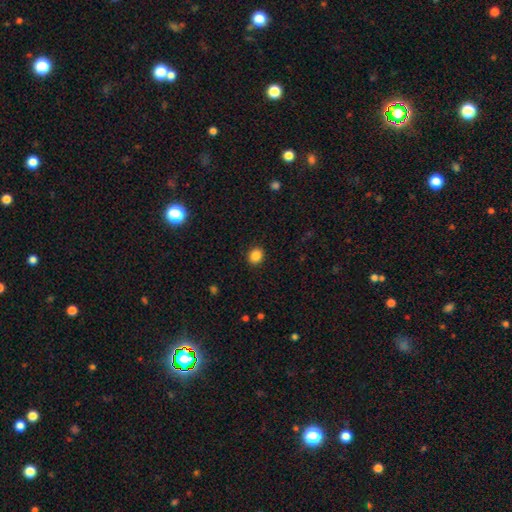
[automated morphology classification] Smooth or featured? Predicted: smooth (p=0.86). How rounded? Predicted: round (p=0.69). Merging? Predicted: none (p=0.91).